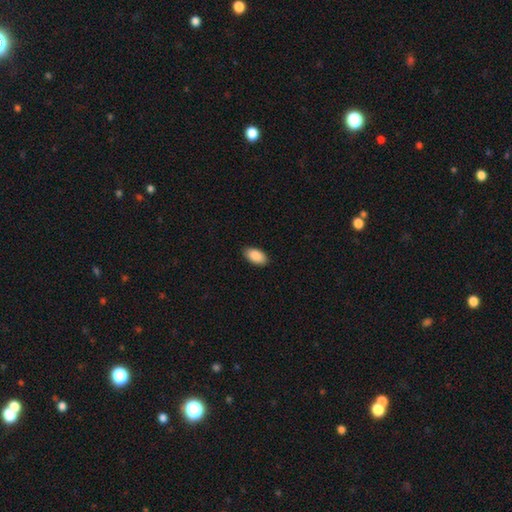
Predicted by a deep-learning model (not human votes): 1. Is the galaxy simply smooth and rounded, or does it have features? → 91% smooth, 6% star or artifact, 3% featured or disk.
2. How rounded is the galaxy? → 95% in between, 3% round, 2% cigar-shaped.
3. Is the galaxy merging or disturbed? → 88% none, 9% minor disturbance, 2% major disturbance, 1% merger.